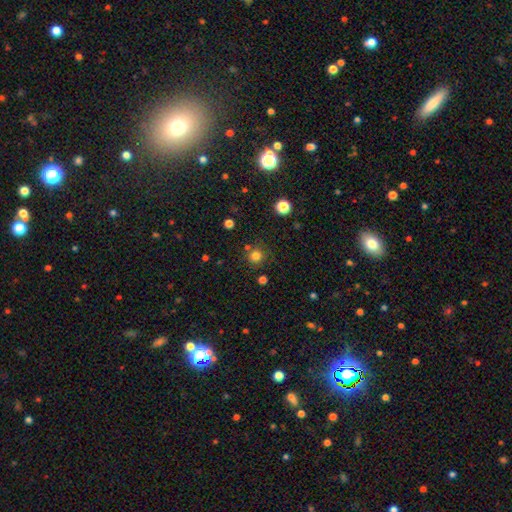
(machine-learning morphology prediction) A smooth galaxy with no disk features (79%) that is round (92%). Merging: none (79%).